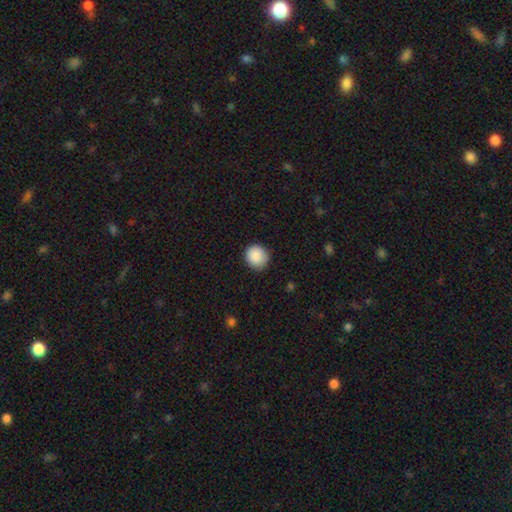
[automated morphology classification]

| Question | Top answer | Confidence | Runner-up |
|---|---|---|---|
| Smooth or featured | smooth | 89% | star or artifact (8%) |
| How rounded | round | 92% | in between (7%) |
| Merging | none | 86% | minor disturbance (11%) |